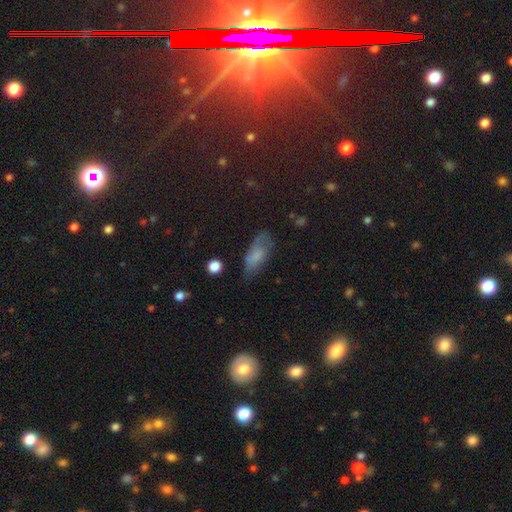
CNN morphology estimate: Smooth or featured: smooth — 62% (featured or disk — 25%)
How rounded: in between — 81% (cigar-shaped — 16%)
Merging: none — 55% (minor disturbance — 30%)